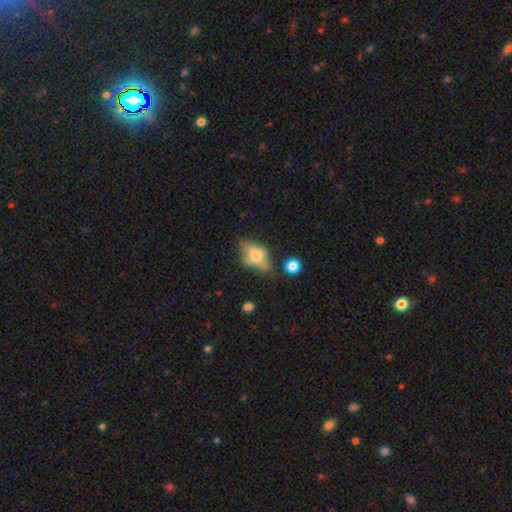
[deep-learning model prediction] Smooth or featured: featured or disk — 47% (smooth — 42%)
Merging: none — 53% (minor disturbance — 25%)